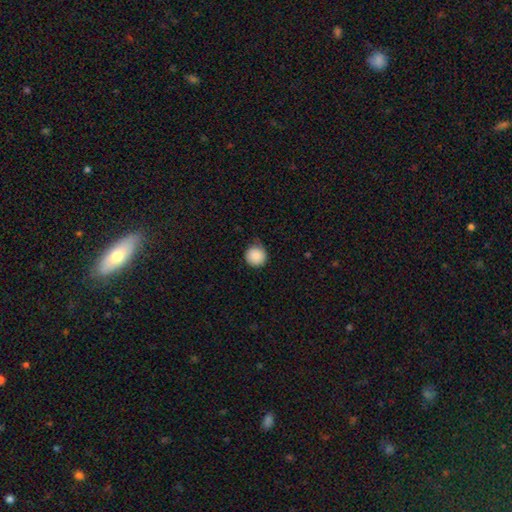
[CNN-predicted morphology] This appears to be a smooth galaxy with no disk features (88%) that is round (95%). Merging: none (74%).